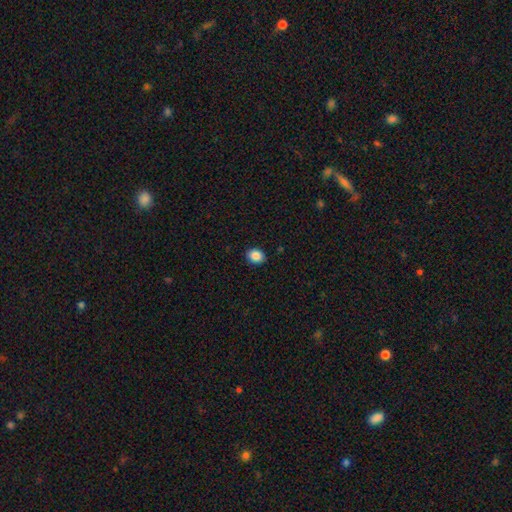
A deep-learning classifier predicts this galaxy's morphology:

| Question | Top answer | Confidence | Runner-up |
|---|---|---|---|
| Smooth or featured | smooth | 87% | star or artifact (8%) |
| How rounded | in between | 57% | round (42%) |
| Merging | none | 90% | minor disturbance (7%) |